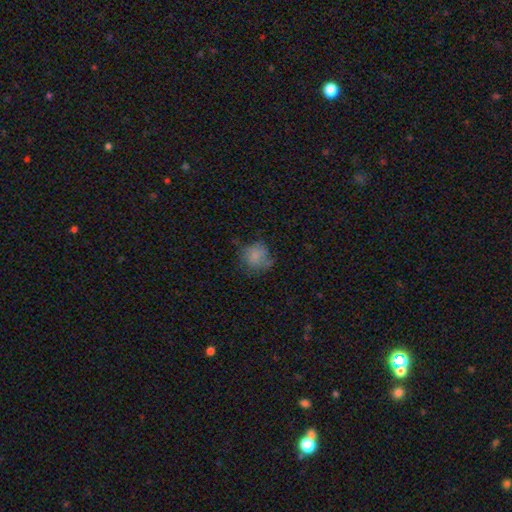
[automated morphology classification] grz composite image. It shows a smooth galaxy with no disk features (74%) that is round (80%). Merging: none (59%).